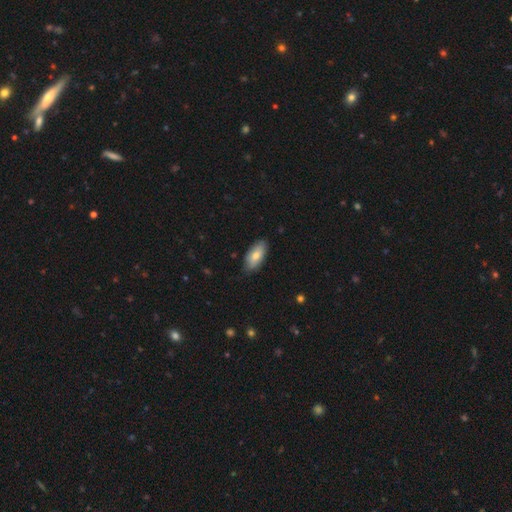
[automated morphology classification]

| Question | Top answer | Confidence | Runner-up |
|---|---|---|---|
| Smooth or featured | smooth | 76% | featured or disk (19%) |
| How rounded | in between | 89% | cigar-shaped (9%) |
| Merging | none | 82% | minor disturbance (15%) |